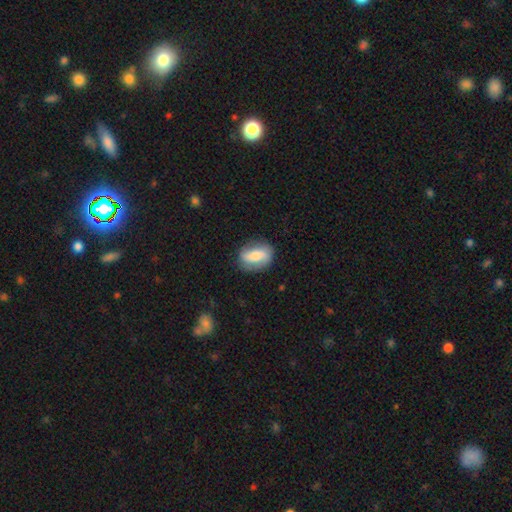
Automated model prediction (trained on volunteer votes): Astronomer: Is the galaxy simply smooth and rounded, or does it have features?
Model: smooth — 51% (runner-up: featured or disk, 42%).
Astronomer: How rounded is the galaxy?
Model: in between — 78%.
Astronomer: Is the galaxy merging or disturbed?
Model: none — 78%.